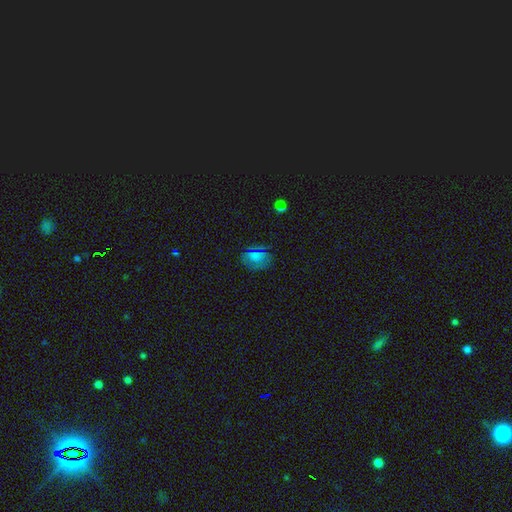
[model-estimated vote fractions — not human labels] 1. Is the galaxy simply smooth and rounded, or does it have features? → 68% smooth, 20% star or artifact, 12% featured or disk.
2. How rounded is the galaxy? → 59% in between, 39% round, 2% cigar-shaped.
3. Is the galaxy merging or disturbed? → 76% none, 16% minor disturbance, 6% major disturbance, 2% merger.